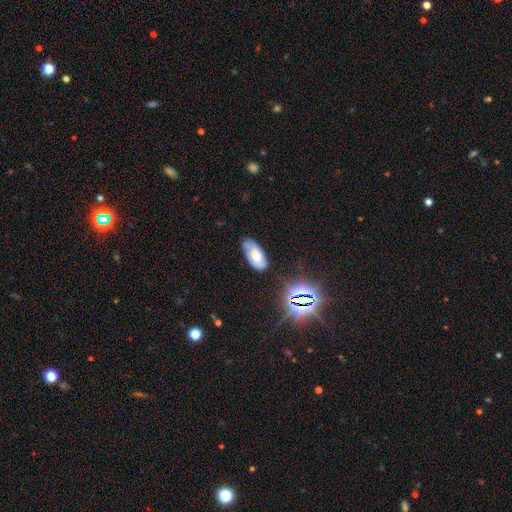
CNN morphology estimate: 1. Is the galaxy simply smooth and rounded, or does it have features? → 45% smooth, 43% featured or disk, 12% star or artifact.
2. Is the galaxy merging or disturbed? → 68% none, 24% minor disturbance, 5% major disturbance, 2% merger.